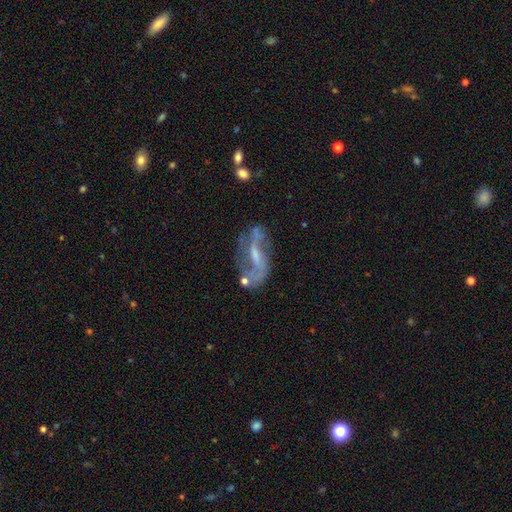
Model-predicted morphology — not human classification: Q: Smooth or featured?
A: featured or disk (75%); runner-up: smooth (16%)
Q: Edge-on disk?
A: no (90%); runner-up: yes (10%)
Q: Bar?
A: weak (44%); runner-up: no (30%)
Q: Spiral arms?
A: yes (78%); runner-up: no (22%)
Q: Spiral winding?
A: loose (55%); runner-up: medium (32%)
Q: Spiral arm count?
A: 2 (72%); runner-up: can't tell (15%)
Q: Bulge size?
A: small (44%); runner-up: moderate (34%)
Q: Merging?
A: none (52%); runner-up: minor disturbance (20%)